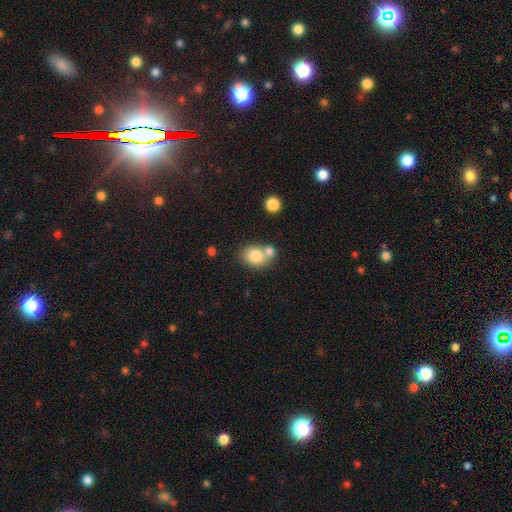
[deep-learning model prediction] This appears to be a smooth galaxy with no disk features (80%) that is round (50%). Merging: none (48%).